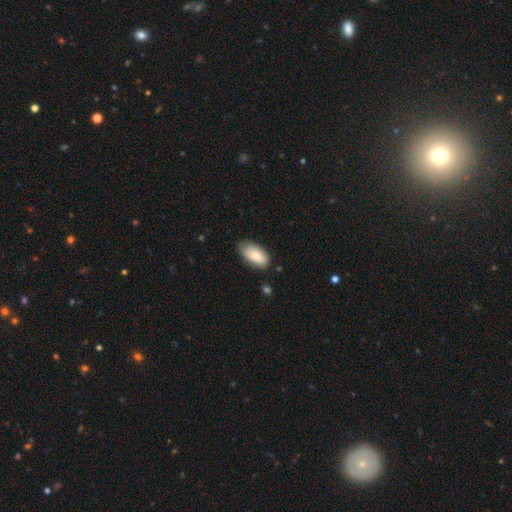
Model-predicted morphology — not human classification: smooth 78%, featured or disk 15%, star or artifact 6%. Down the decision tree: how rounded — in between (93%); merging — none (74%).